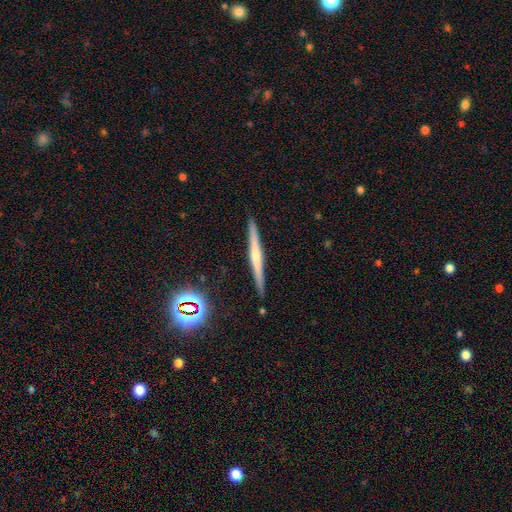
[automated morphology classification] Smooth or featured? featured or disk (61%)
Edge-on disk? yes (98%)
Edge-on bulge? rounded (52%)
Merging? none (91%)